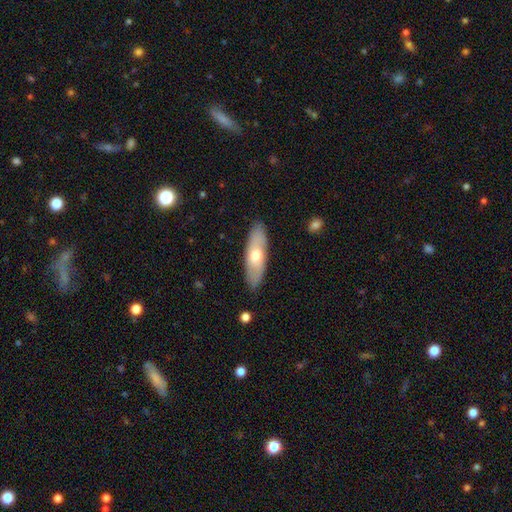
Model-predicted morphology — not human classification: Smooth or featured: smooth — 58% (featured or disk — 37%)
How rounded: in between — 56% (cigar-shaped — 42%)
Merging: none — 87% (minor disturbance — 10%)